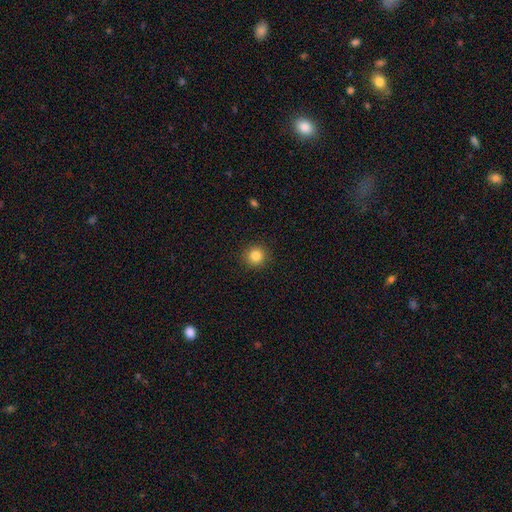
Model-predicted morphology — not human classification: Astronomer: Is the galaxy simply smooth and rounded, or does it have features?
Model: smooth — 83%.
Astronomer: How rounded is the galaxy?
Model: round — 92%.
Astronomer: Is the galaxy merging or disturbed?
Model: none — 91%.